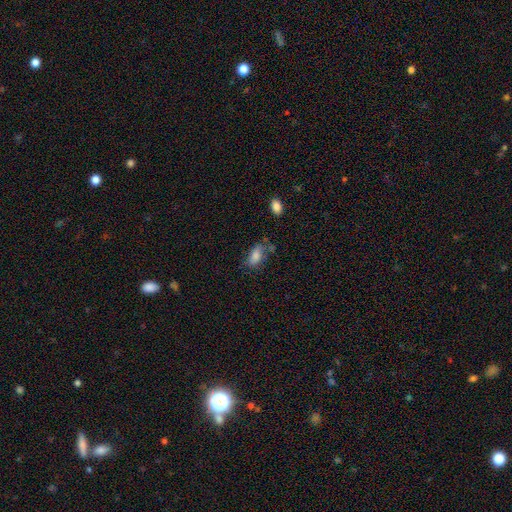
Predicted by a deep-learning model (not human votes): This is likely a smooth galaxy (78%). How rounded: clearly in between (87%). Merging: possibly none (56%).